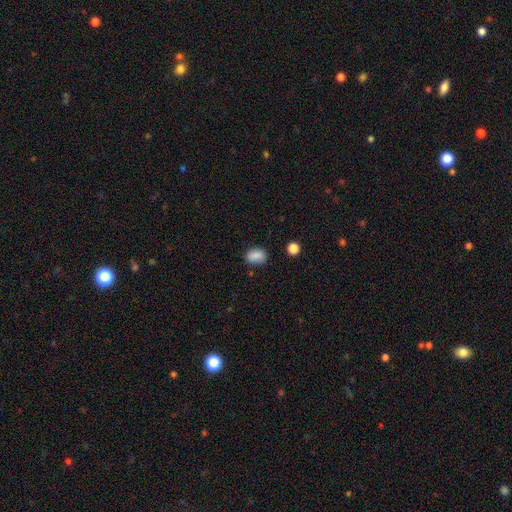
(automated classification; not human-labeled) This appears to be a smooth galaxy with no disk features (86%) that is in between round and cigar-shaped (73%). Merging: none (81%).